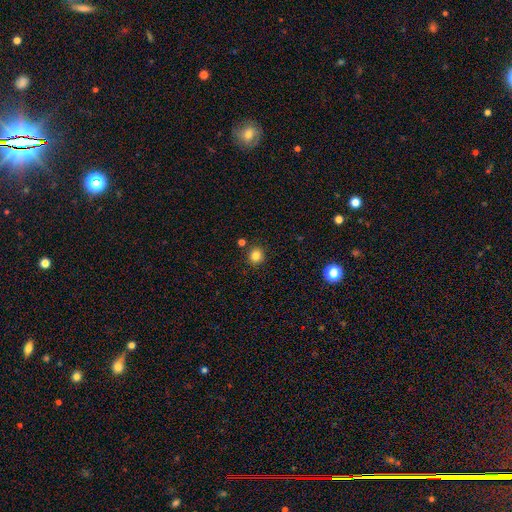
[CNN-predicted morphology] Smooth or featured: smooth — 83% (star or artifact — 12%)
How rounded: round — 88% (in between — 11%)
Merging: none — 87% (minor disturbance — 7%)